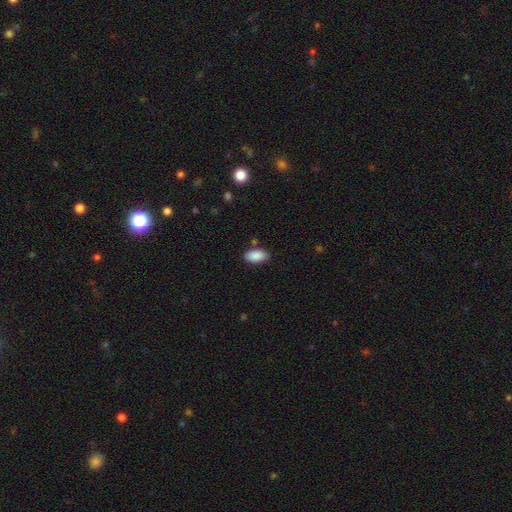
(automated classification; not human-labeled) Q: Smooth or featured?
A: smooth (90%); runner-up: star or artifact (7%)
Q: How rounded?
A: in between (93%); runner-up: cigar-shaped (4%)
Q: Merging?
A: none (84%); runner-up: minor disturbance (11%)